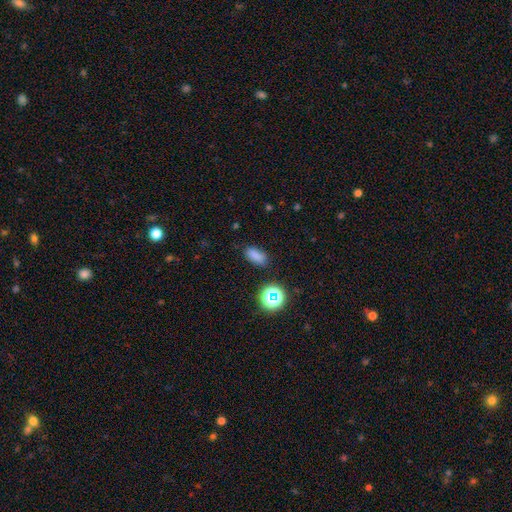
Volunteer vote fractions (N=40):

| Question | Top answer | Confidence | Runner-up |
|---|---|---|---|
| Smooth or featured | smooth | 88% | star or artifact (10%) |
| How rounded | in between | 83% | round (11%) |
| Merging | none | 83% | minor disturbance (14%) |